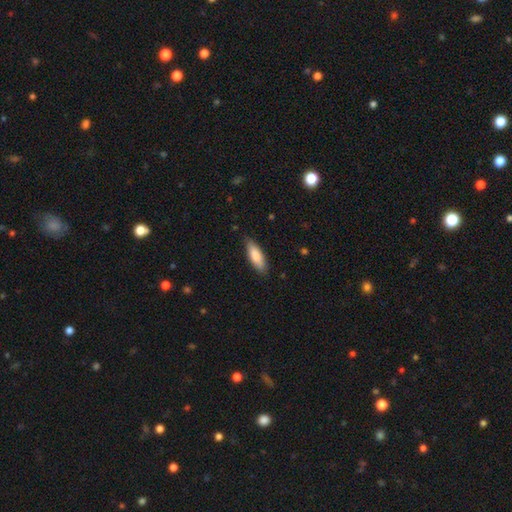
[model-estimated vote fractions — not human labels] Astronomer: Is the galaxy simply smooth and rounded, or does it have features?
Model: smooth — 83%.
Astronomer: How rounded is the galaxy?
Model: in between — 55% (runner-up: cigar-shaped, 43%).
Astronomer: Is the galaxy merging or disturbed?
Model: none — 84%.